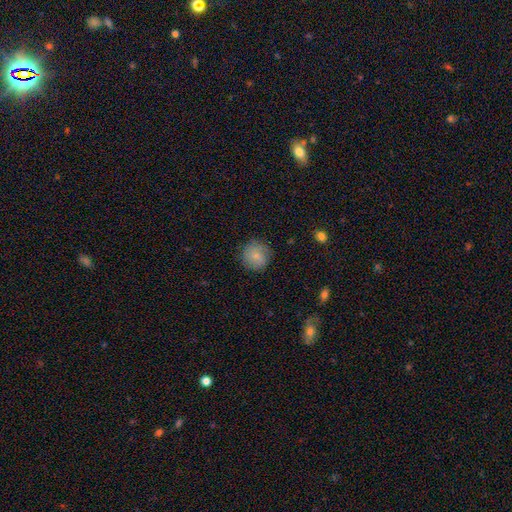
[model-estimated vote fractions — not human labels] Morphology: type=smooth (76%); roundness=round (91%); merging=none (81%).